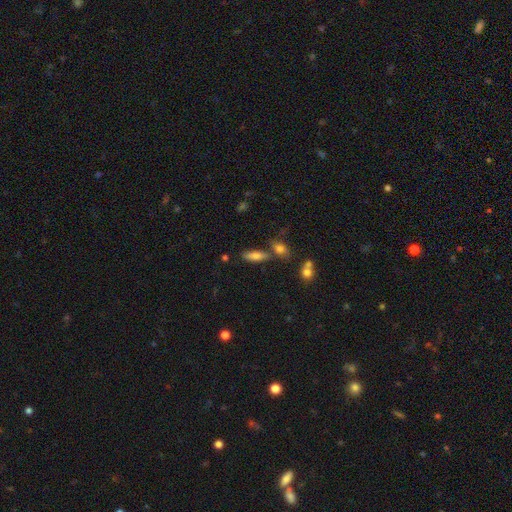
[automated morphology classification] This appears to be a smooth galaxy with no disk features (73%) that is in between round and cigar-shaped (56%). Merging: none (66%).